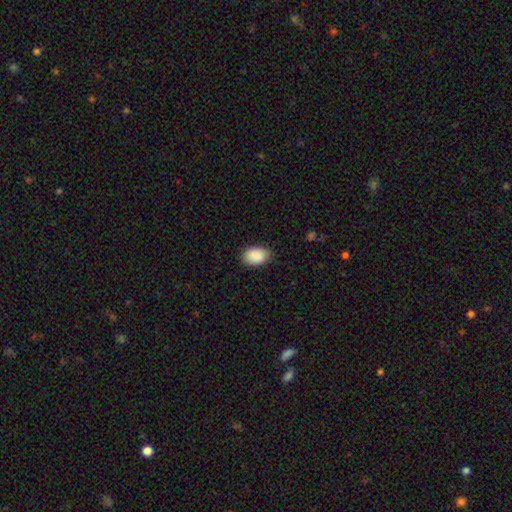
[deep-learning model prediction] smooth 90%, star or artifact 7%, featured or disk 3%. Down the decision tree: how rounded — in between (90%); merging — none (85%).